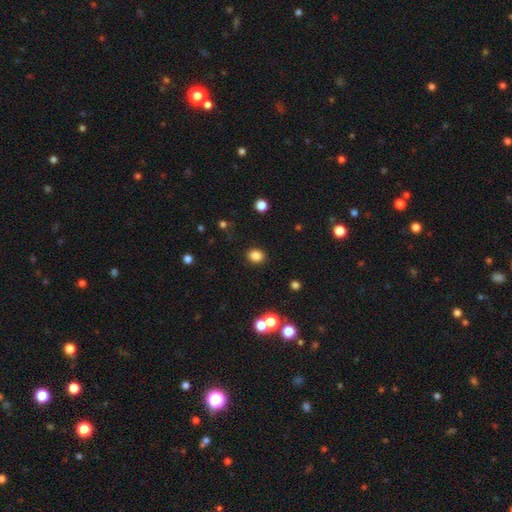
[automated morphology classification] This appears to be a smooth galaxy with no disk features (84%) that is round (51%). Merging: none (87%).